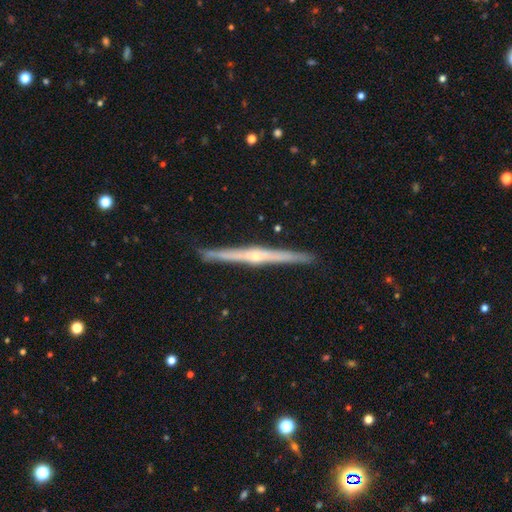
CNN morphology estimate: Q: Smooth or featured?
A: featured or disk (80%); runner-up: smooth (14%)
Q: Edge-on disk?
A: yes (98%); runner-up: no (2%)
Q: Edge-on bulge?
A: rounded (79%); runner-up: none (17%)
Q: Merging?
A: none (90%); runner-up: minor disturbance (7%)